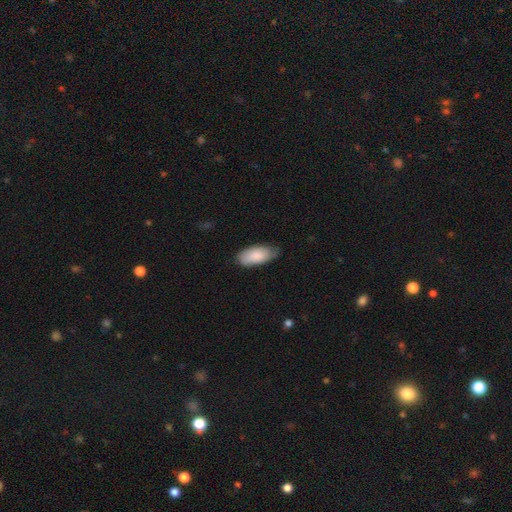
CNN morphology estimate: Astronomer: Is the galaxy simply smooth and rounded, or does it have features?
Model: smooth — 85%.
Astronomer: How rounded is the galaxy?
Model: in between — 91%.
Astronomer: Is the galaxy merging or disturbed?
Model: none — 63%.